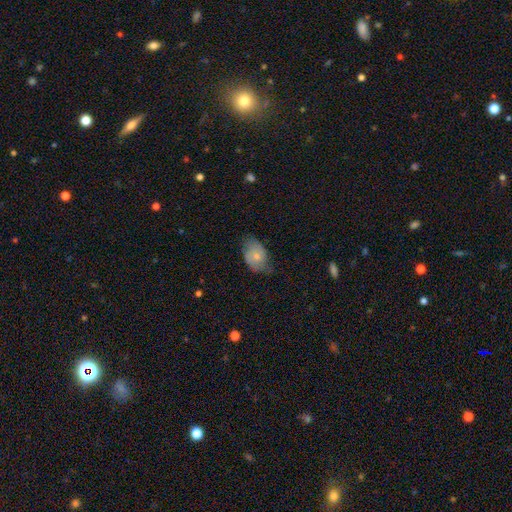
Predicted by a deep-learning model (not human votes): This is likely a smooth galaxy (60%). How rounded: clearly in between (85%). Merging: possibly none (59%).